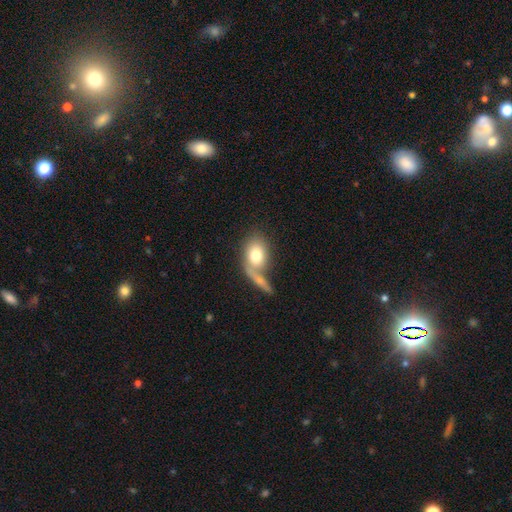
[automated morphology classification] This appears to be a smooth galaxy with no disk features (74%) that is in between round and cigar-shaped (72%). Merging: merger (41%).